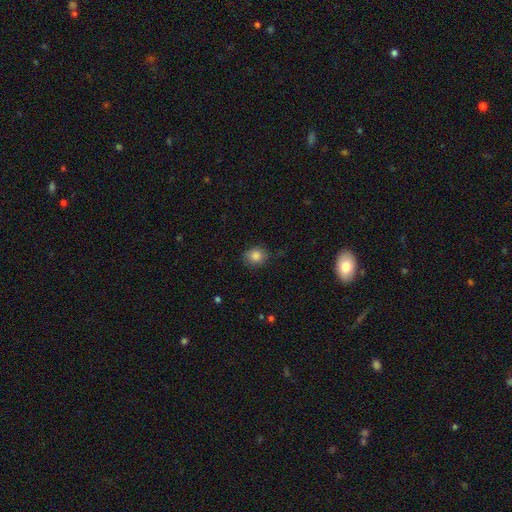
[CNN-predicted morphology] smooth 84%, star or artifact 9%, featured or disk 7%. Down the decision tree: how rounded — round (69%); merging — none (77%).